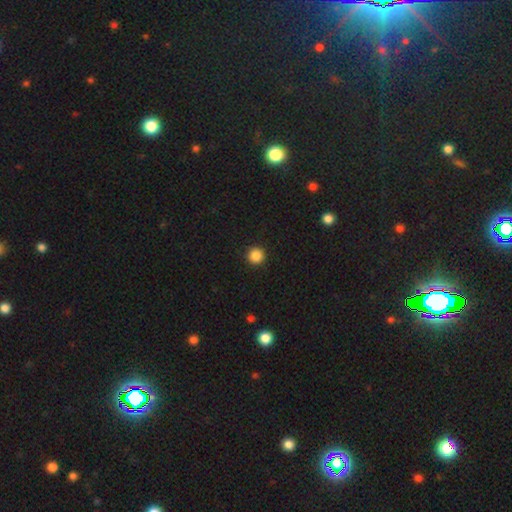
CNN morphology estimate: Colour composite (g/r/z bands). It shows a smooth galaxy with no disk features (86%) that is round (96%). Merging: none (93%).